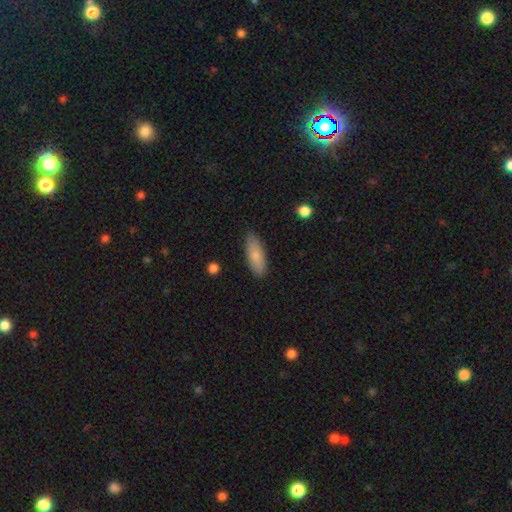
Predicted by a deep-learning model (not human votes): Overall: smooth (83%). How rounded: in between (67%; cigar-shaped 31%). Merging: none (85%).